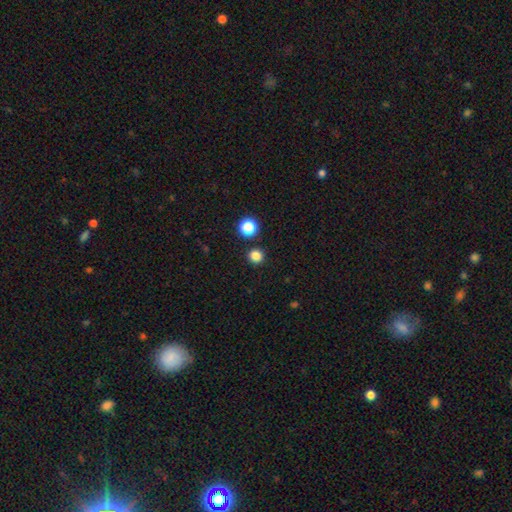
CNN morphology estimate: type=smooth (83%); roundness=round (93%); merging=none (90%).